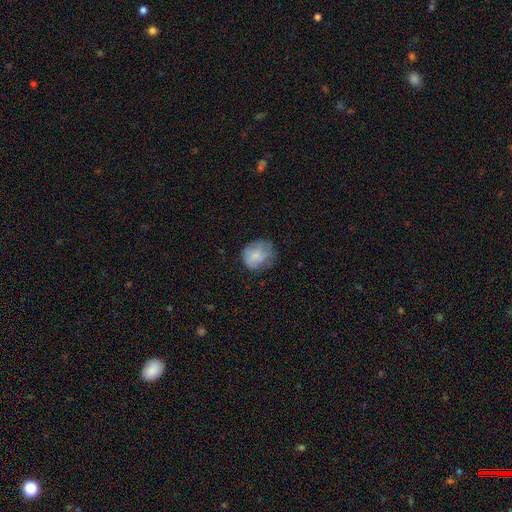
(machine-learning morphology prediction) type=smooth (74%); roundness=round (72%); merging=none (56%).